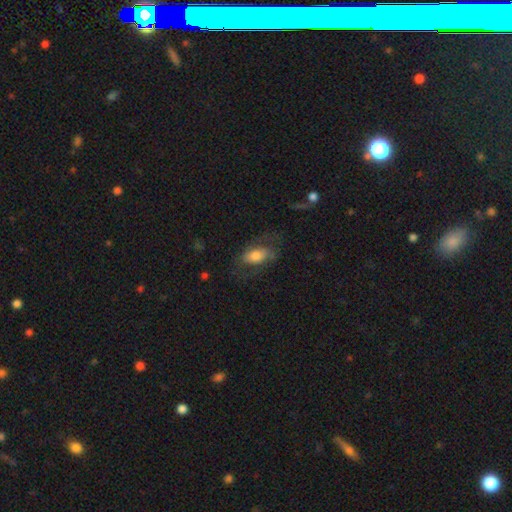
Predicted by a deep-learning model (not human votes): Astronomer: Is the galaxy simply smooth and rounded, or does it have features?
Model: smooth — 64%.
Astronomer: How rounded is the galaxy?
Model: in between — 88%.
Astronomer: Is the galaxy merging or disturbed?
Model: none — 58%.